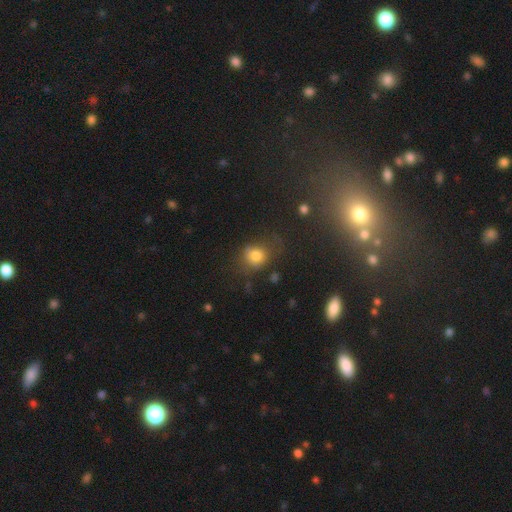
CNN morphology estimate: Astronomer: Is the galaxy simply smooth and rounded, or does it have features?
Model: smooth — 77%.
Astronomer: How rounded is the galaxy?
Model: round — 66%.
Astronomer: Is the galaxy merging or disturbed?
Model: none — 55%.